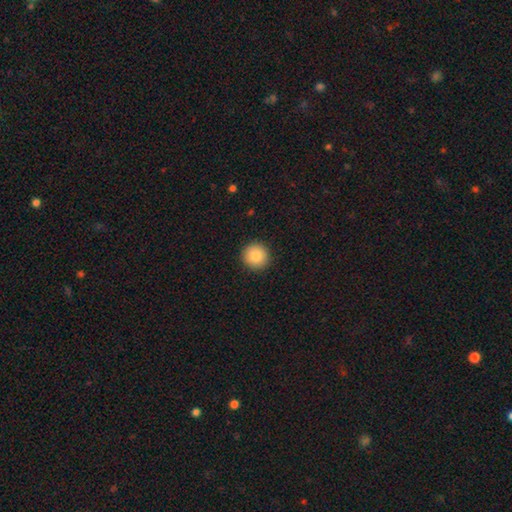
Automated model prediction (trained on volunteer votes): This is clearly a smooth galaxy (87%). How rounded: clearly round (95%). Merging: clearly none (92%).